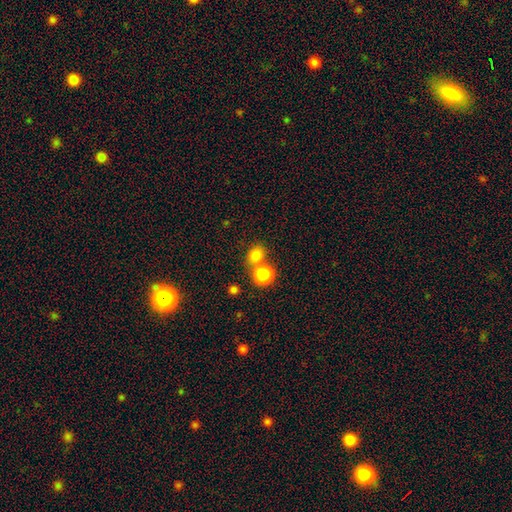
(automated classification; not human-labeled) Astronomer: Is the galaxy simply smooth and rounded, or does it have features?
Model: smooth — 81%.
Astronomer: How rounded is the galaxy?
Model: round — 72%.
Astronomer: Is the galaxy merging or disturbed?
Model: none — 50% (runner-up: merger, 40%).